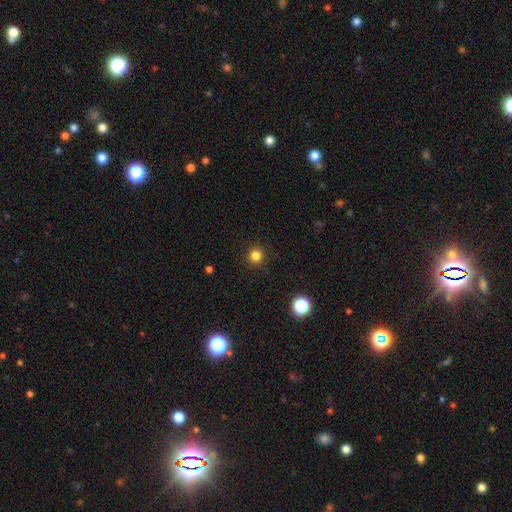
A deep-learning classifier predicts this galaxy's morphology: Smooth or featured?
  - smooth: 82% *
  - star or artifact: 14%
  - featured or disk: 4%
How rounded?
  - round: 95% *
  - in between: 4%
  - cigar-shaped: 1%
Merging?
  - none: 93% *
  - minor disturbance: 5%
  - major disturbance: 2%
  - merger: 1%